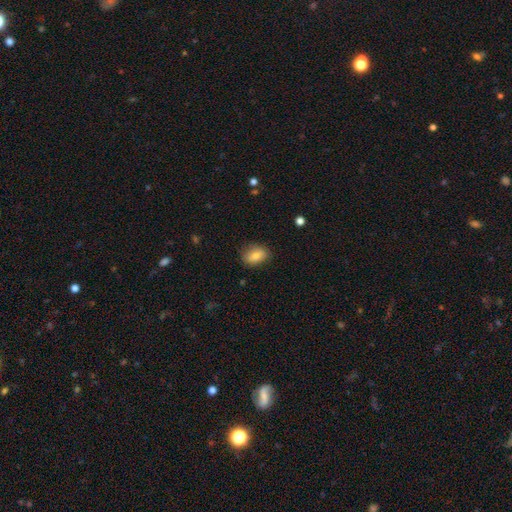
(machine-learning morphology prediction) Smooth or featured?
  - smooth: 81% *
  - featured or disk: 12%
  - star or artifact: 8%
How rounded?
  - in between: 79% *
  - round: 19%
  - cigar-shaped: 2%
Merging?
  - none: 80% *
  - minor disturbance: 15%
  - major disturbance: 3%
  - merger: 1%